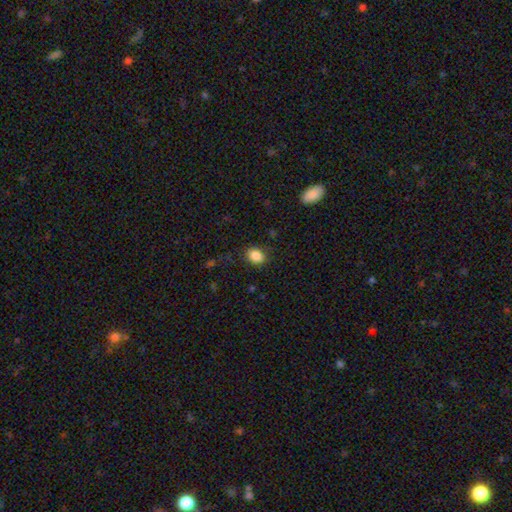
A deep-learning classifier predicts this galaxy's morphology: Overall: smooth (86%). How rounded: in between (59%; round 40%). Merging: none (83%).